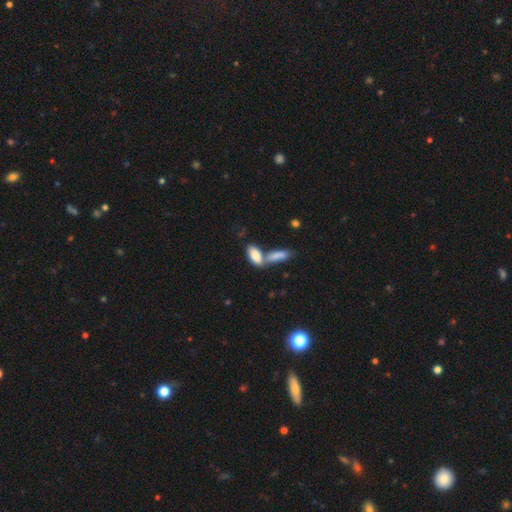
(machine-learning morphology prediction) A smooth galaxy with no disk features (83%) that is in between round and cigar-shaped (86%).

Vote fractions:
- Smooth or featured? smooth: 83% / featured or disk: 11% / star or artifact: 6%
- How rounded? in between: 86% / cigar-shaped: 11% / round: 3%
- Merging? merger: 50% / none: 37% / minor disturbance: 10% / major disturbance: 4%